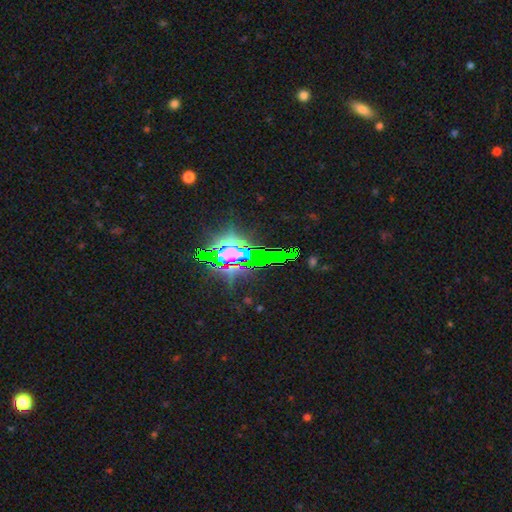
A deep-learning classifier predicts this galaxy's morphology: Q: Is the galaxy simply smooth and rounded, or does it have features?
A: star or artifact — 82%.